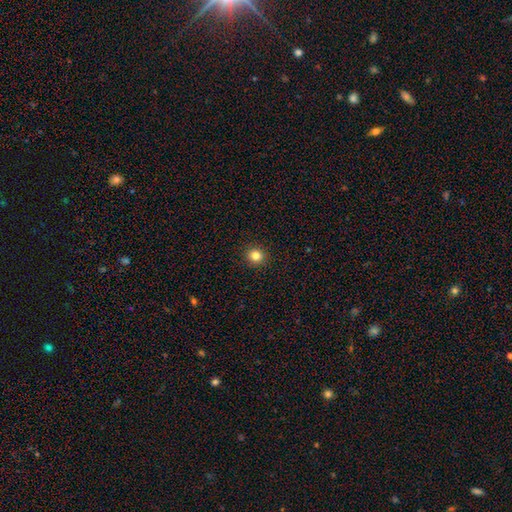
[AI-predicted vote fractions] smooth_or_featured: smooth (p=0.82) [alt: star or artifact p=0.13]
how_rounded: round (p=0.92) [alt: in between p=0.07]
merging: none (p=0.93) [alt: minor disturbance p=0.04]